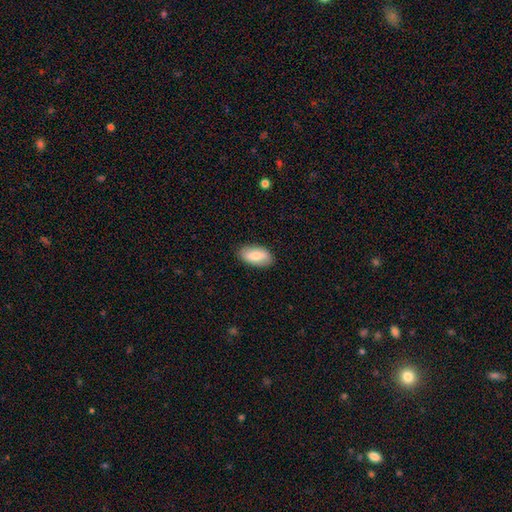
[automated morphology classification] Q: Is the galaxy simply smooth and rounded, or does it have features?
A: smooth — 78%.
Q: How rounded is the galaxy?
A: in between — 94%.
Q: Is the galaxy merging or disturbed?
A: none — 86%.